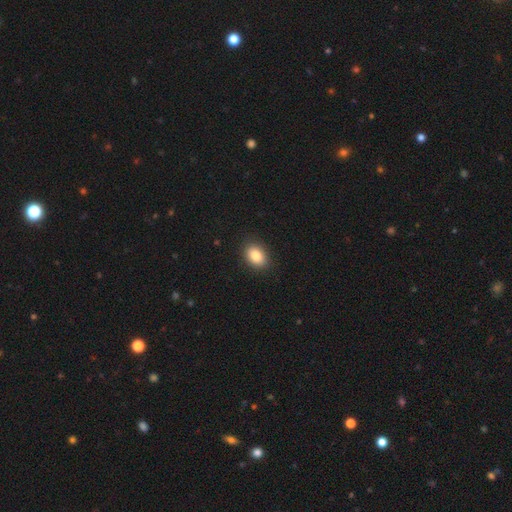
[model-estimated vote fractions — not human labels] This is clearly a smooth galaxy (85%). How rounded: likely in between (79%). Merging: clearly none (89%).